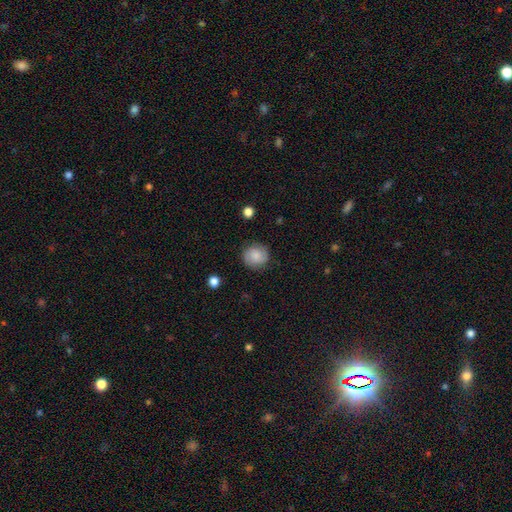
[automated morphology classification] Smooth or featured: smooth — 58% (featured or disk — 33%)
How rounded: round — 87% (in between — 12%)
Merging: none — 84% (minor disturbance — 11%)